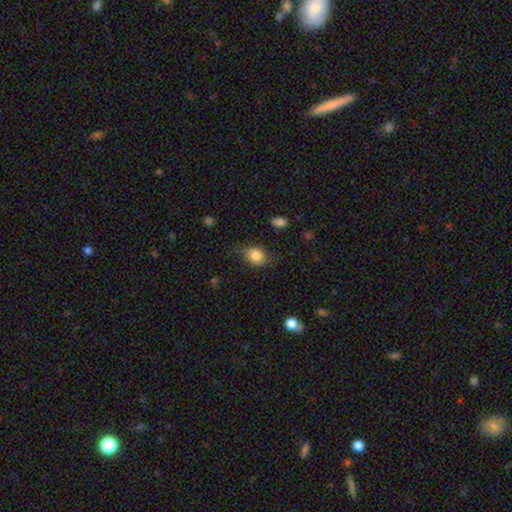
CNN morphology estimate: Overall: smooth (82%). How rounded: round (51%; in between 47%). Merging: none (64%; minor disturbance 25%).